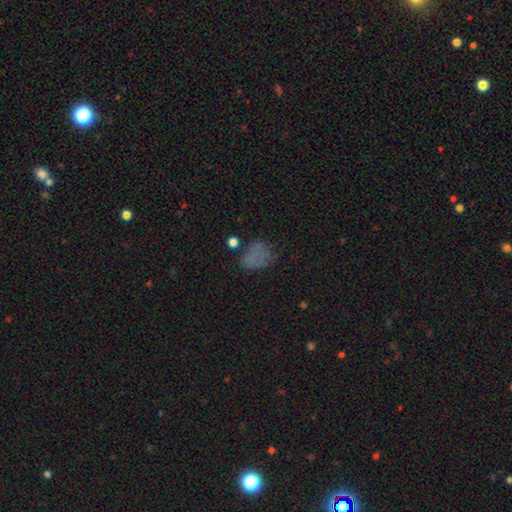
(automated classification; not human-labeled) smooth_or_featured: smooth (p=0.61) [alt: star or artifact p=0.21]
how_rounded: in between (p=0.60) [alt: round p=0.38]
merging: none (p=0.50) [alt: minor disturbance p=0.24]